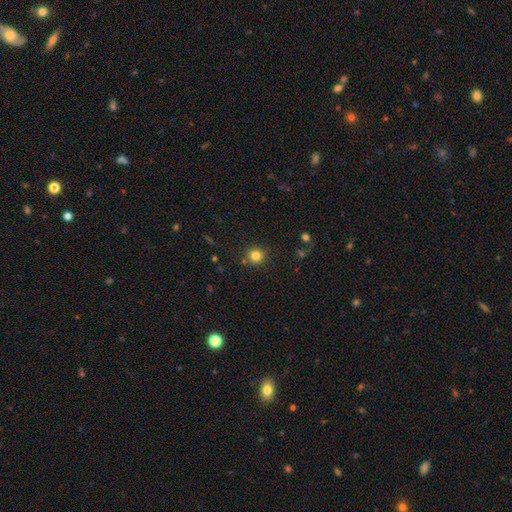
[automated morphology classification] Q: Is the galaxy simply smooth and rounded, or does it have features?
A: smooth — 81%.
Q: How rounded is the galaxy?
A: round — 94%.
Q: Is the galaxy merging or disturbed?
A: none — 87%.